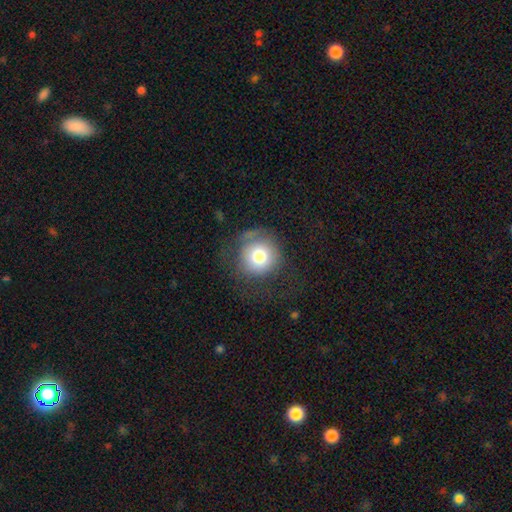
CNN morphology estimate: smooth-or-featured: smooth: 74% | featured or disk: 16% | star or artifact: 10%
  how-rounded: round: 94% | in between: 5% | cigar-shaped: 1%
  merging: none: 62% | minor disturbance: 19% | major disturbance: 17% | merger: 2%